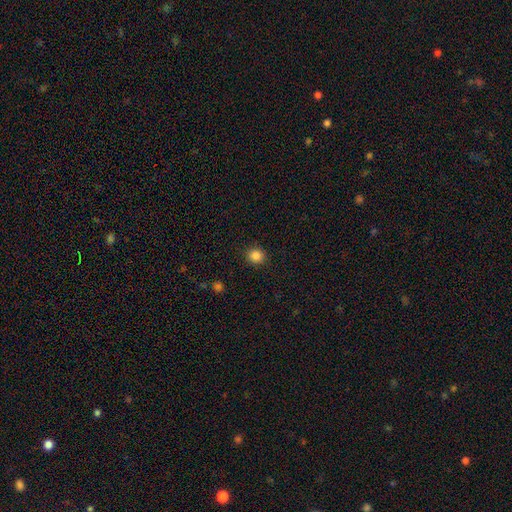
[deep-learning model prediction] A smooth galaxy with no disk features (85%) that is round (84%). Merging: none (90%).